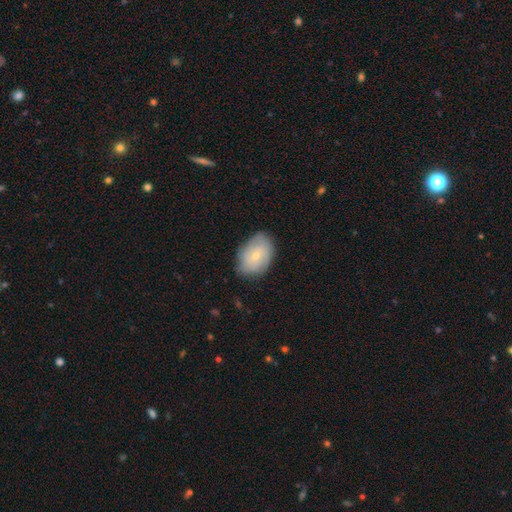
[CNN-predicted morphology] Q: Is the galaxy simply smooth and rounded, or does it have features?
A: smooth — 52%.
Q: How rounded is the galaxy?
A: in between — 79%.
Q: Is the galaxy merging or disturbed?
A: none — 73%.